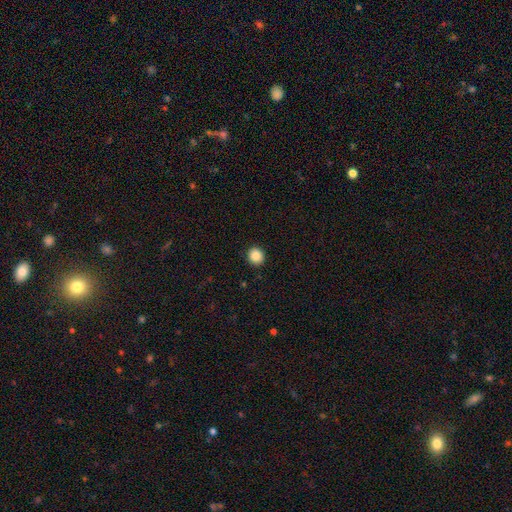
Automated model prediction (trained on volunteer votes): A smooth galaxy with no disk features (87%) that is round (90%). Merging: none (92%).